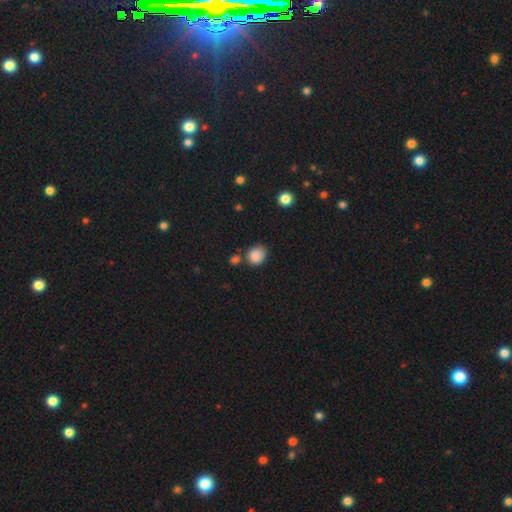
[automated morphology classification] A smooth galaxy with no disk features (86%) that is round (69%).

Vote fractions:
- Smooth or featured? smooth: 86% / star or artifact: 10% / featured or disk: 4%
- How rounded? round: 69% / in between: 30% / cigar-shaped: 1%
- Merging? none: 66% / minor disturbance: 18% / merger: 12% / major disturbance: 5%